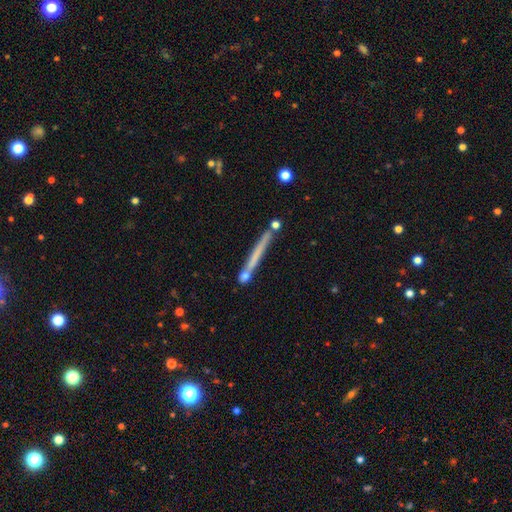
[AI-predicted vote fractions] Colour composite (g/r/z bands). It shows a smooth galaxy with no disk features (49%). Merging: none (78%).